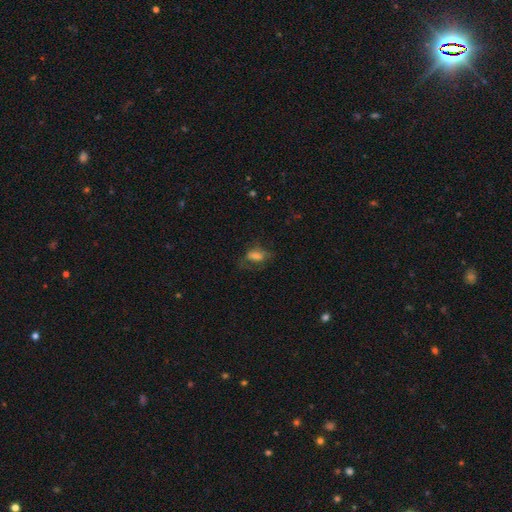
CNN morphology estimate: type=smooth (59%); roundness=in between (75%); merging=none (49%).